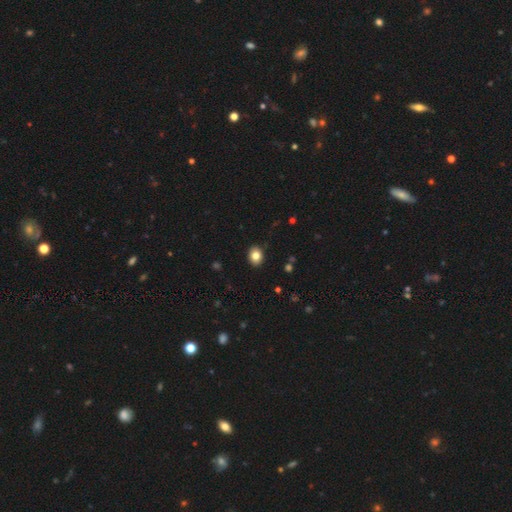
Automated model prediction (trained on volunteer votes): Smooth or featured: smooth — 83% (star or artifact — 10%)
How rounded: in between — 55% (round — 44%)
Merging: none — 90% (minor disturbance — 8%)